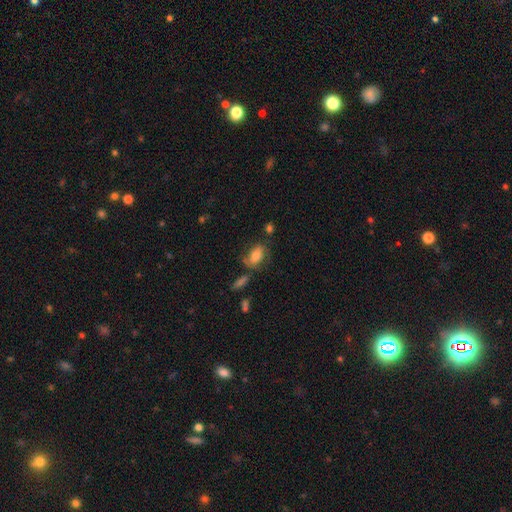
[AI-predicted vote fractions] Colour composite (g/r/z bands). It shows a smooth galaxy with no disk features (60%) that is in between round and cigar-shaped (85%). Merging: none (56%).